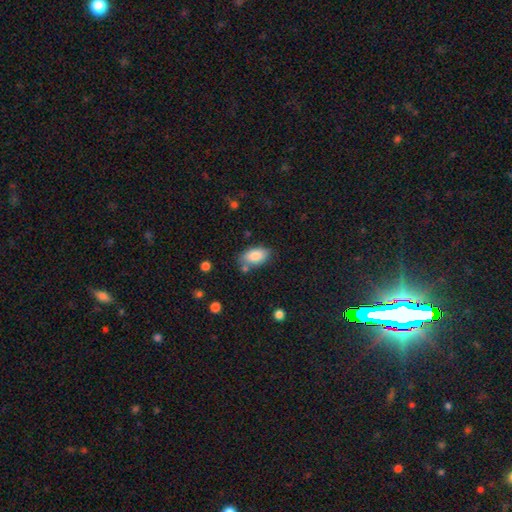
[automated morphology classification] smooth_or_featured: smooth (p=0.85) [alt: featured or disk p=0.08]
how_rounded: in between (p=0.92) [alt: round p=0.05]
merging: none (p=0.69) [alt: minor disturbance p=0.18]